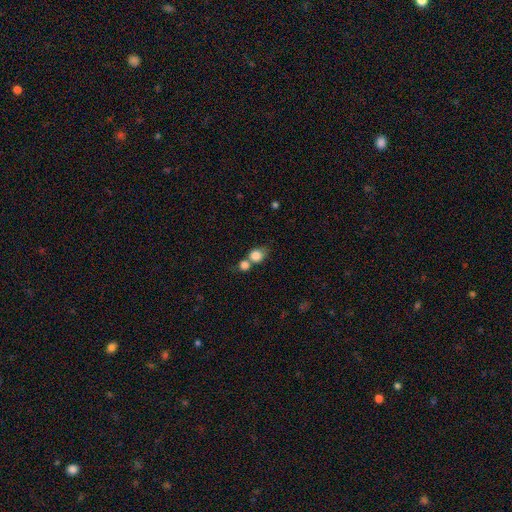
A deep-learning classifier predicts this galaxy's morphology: smooth 83%, star or artifact 9%, featured or disk 7%. Down the decision tree: how rounded — round (67%); merging — merger (49%).